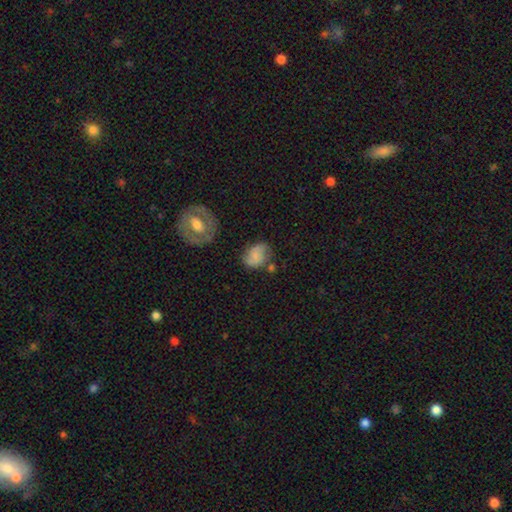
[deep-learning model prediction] The model was most divided on "smooth or featured": smooth: 54%, featured or disk: 36%, star or artifact: 10%. More confident: how rounded — in between (59%); merging — none (55%).